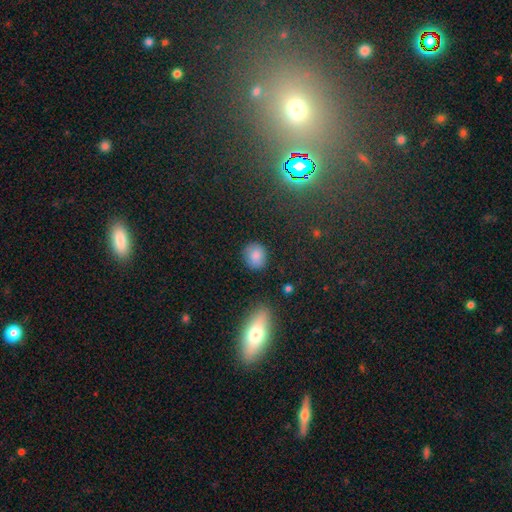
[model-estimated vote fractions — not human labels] smooth-or-featured: smooth: 83% | star or artifact: 10% | featured or disk: 7%
  how-rounded: round: 72% | in between: 26% | cigar-shaped: 1%
  merging: none: 81% | minor disturbance: 13% | major disturbance: 4% | merger: 2%